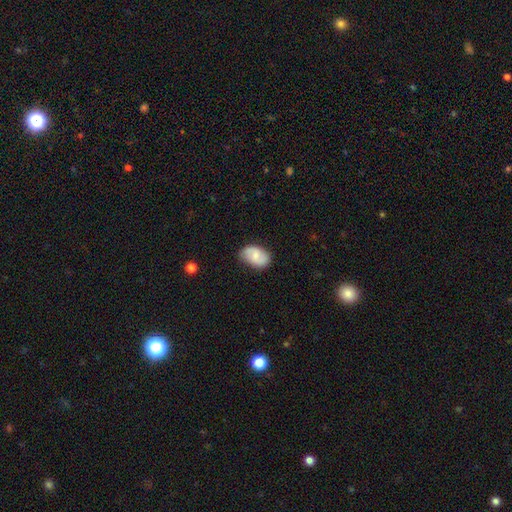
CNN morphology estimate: This appears to be a smooth galaxy with no disk features (58%) that is in between round and cigar-shaped (88%). Merging: none (72%).